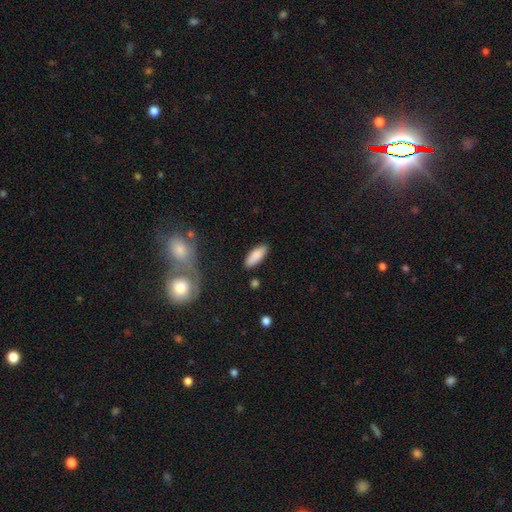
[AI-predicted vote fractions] The model was most divided on "how rounded": in between: 72%, cigar-shaped: 26%, round: 2%. More confident: smooth or featured — smooth (86%); merging — none (85%).